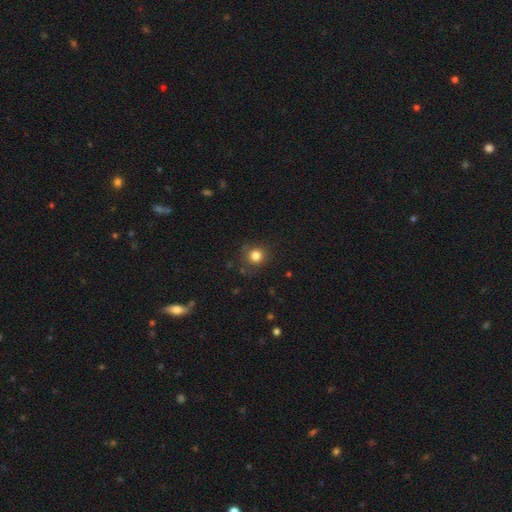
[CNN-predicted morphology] A smooth galaxy with no disk features (82%) that is round (90%).

Vote fractions:
- Smooth or featured? smooth: 82% / star or artifact: 12% / featured or disk: 6%
- How rounded? round: 90% / in between: 9% / cigar-shaped: 1%
- Merging? none: 81% / minor disturbance: 13% / major disturbance: 4% / merger: 2%